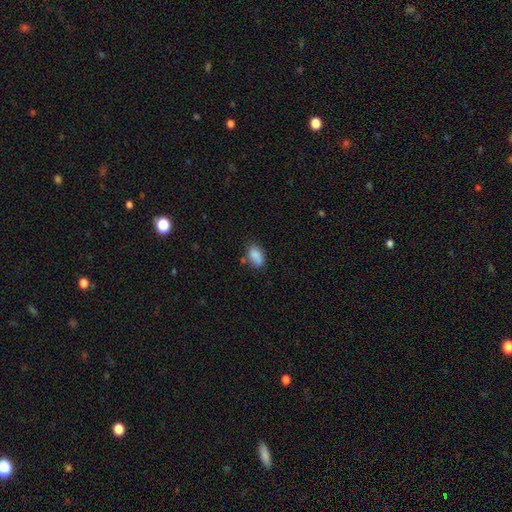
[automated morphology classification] Smooth or featured? Predicted: smooth (p=0.85). How rounded? Predicted: in between (p=0.88). Merging? Predicted: none (p=0.64).